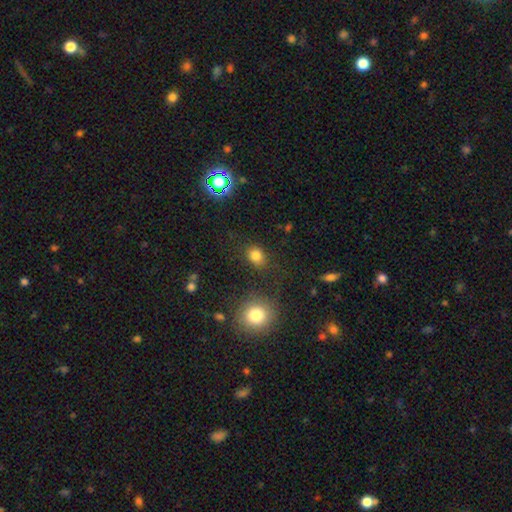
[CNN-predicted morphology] smooth-or-featured: smooth: 80% | star or artifact: 15% | featured or disk: 5%
  how-rounded: round: 53% | in between: 46% | cigar-shaped: 1%
  merging: none: 80% | minor disturbance: 12% | major disturbance: 5% | merger: 3%